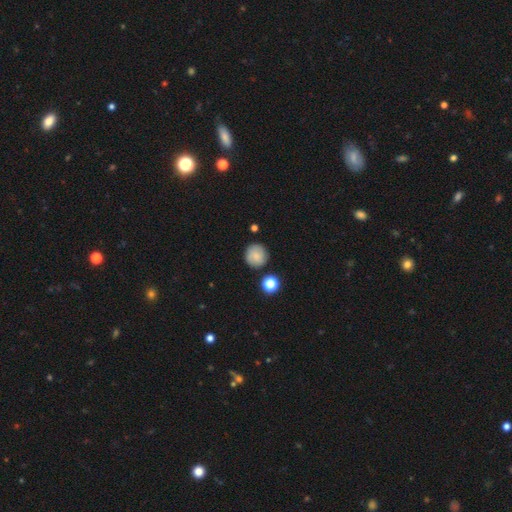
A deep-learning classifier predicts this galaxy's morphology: smooth 71%, featured or disk 19%, star or artifact 10%. Down the decision tree: how rounded — round (93%); merging — none (83%).